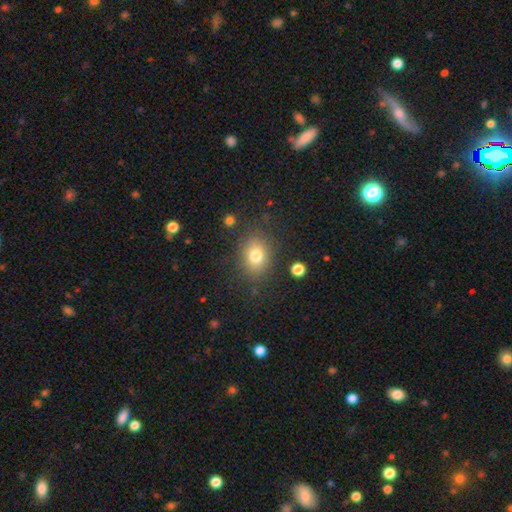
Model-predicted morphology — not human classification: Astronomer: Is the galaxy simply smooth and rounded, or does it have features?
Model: smooth — 77%.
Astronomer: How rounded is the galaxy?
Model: in between — 59% (runner-up: round, 40%).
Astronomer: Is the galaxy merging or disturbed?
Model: none — 81%.